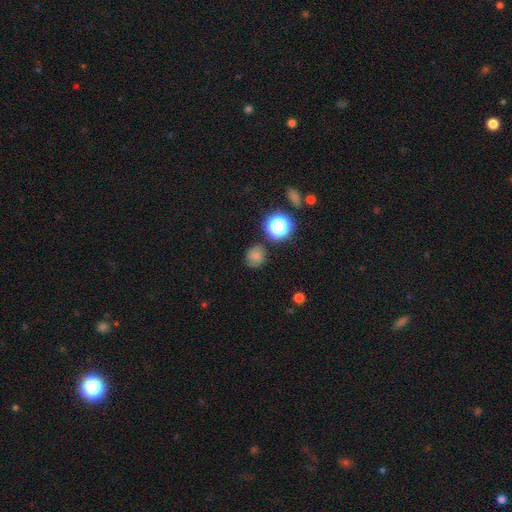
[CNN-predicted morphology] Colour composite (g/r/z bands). It shows a smooth galaxy with no disk features (70%) that is round (83%). Merging: none (78%).